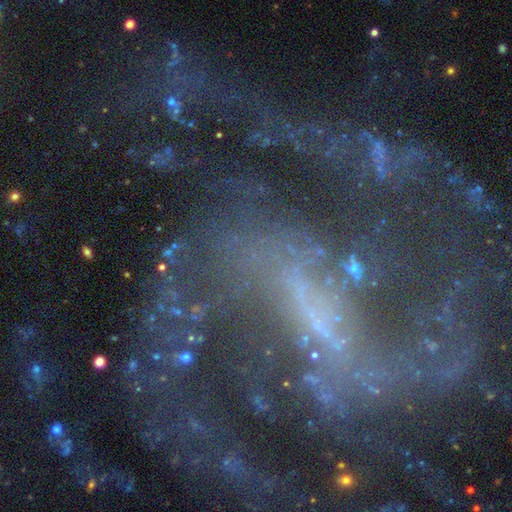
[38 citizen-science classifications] This appears to be a featured or disk galaxy (95%) with a strong bar (53%), 2 (66%) medium (54%) spiral arms (97%) and no central bulge (47%). Merging: none (53%).